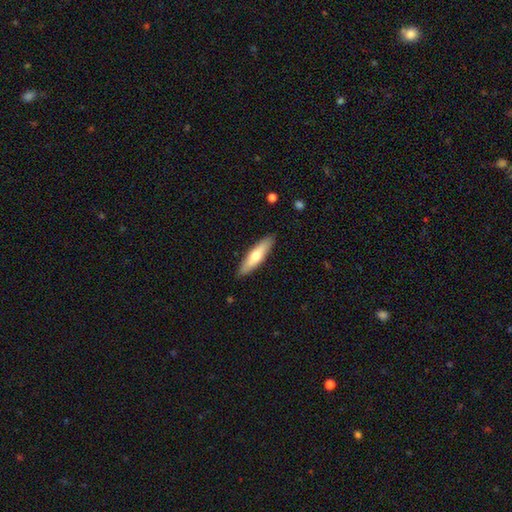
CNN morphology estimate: Smooth or featured?
  - smooth: 62% *
  - featured or disk: 33%
  - star or artifact: 5%
How rounded?
  - cigar-shaped: 69% *
  - in between: 30%
  - round: 2%
Merging?
  - none: 89% *
  - minor disturbance: 9%
  - major disturbance: 2%
  - merger: 1%